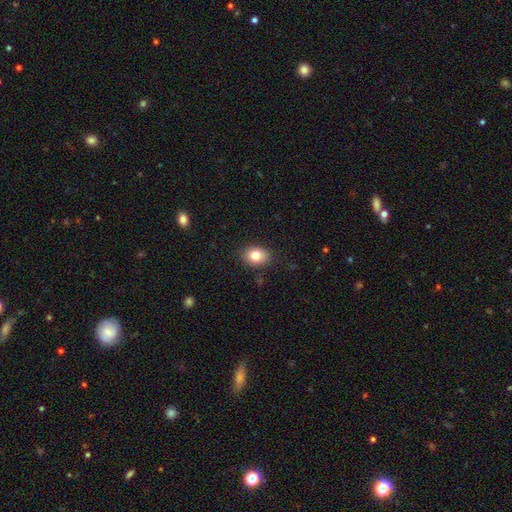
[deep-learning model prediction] Smooth or featured?
  - smooth: 81% *
  - star or artifact: 10%
  - featured or disk: 10%
How rounded?
  - in between: 61% *
  - round: 38%
  - cigar-shaped: 1%
Merging?
  - none: 87% *
  - minor disturbance: 10%
  - major disturbance: 2%
  - merger: 1%